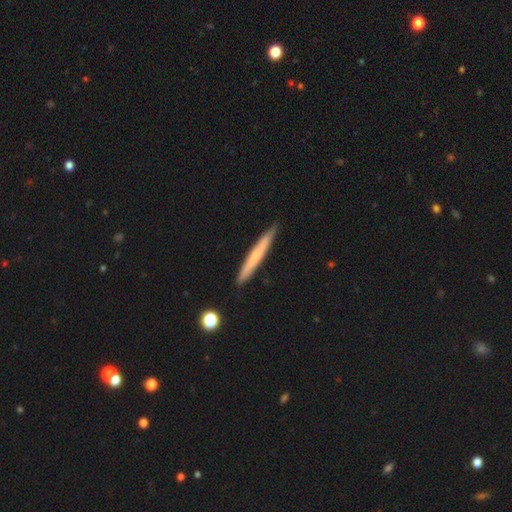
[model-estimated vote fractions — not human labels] Smooth or featured?
  - smooth: 56% *
  - featured or disk: 38%
  - star or artifact: 6%
How rounded?
  - cigar-shaped: 97% *
  - in between: 2%
  - round: 1%
Merging?
  - none: 90% *
  - minor disturbance: 7%
  - merger: 1%
  - major disturbance: 1%